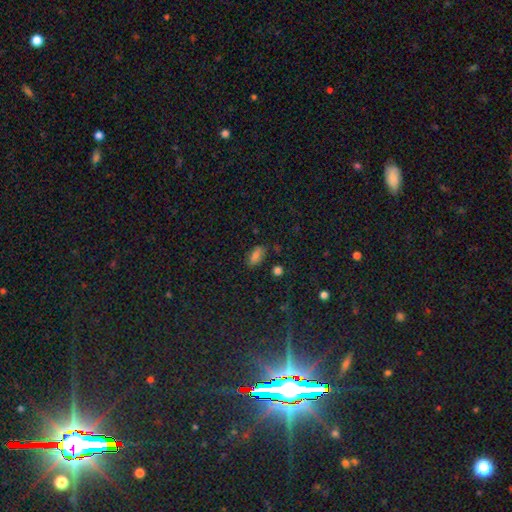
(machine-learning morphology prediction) Smooth or featured? smooth (70%)
How rounded? in between (88%)
Merging? none (82%)